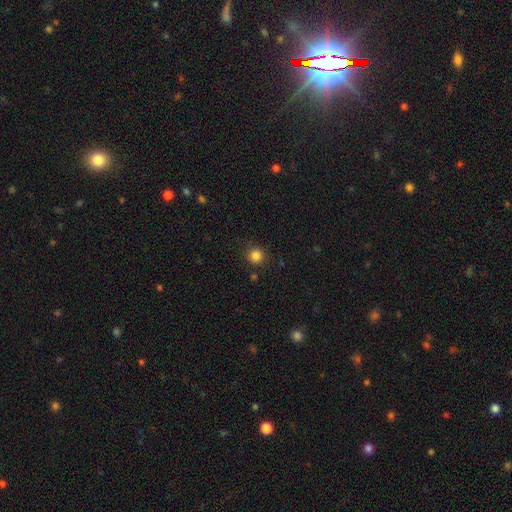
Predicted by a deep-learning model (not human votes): A smooth galaxy with no disk features (84%) that is round (93%).

Vote fractions:
- Smooth or featured? smooth: 84% / star or artifact: 12% / featured or disk: 4%
- How rounded? round: 93% / in between: 6% / cigar-shaped: 1%
- Merging? none: 87% / minor disturbance: 8% / major disturbance: 3% / merger: 2%